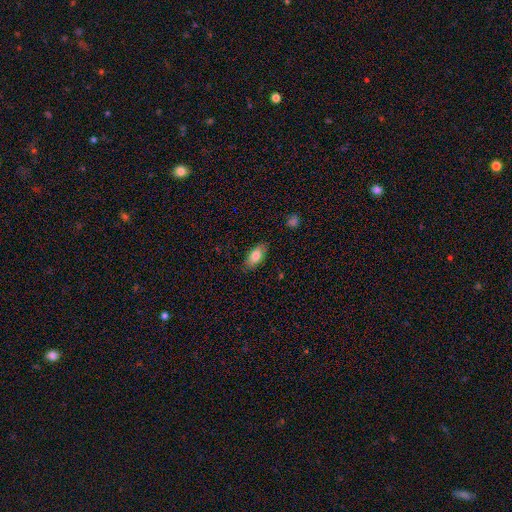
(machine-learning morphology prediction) This appears to be a smooth galaxy with no disk features (80%) that is in between round and cigar-shaped (87%). Merging: none (84%).